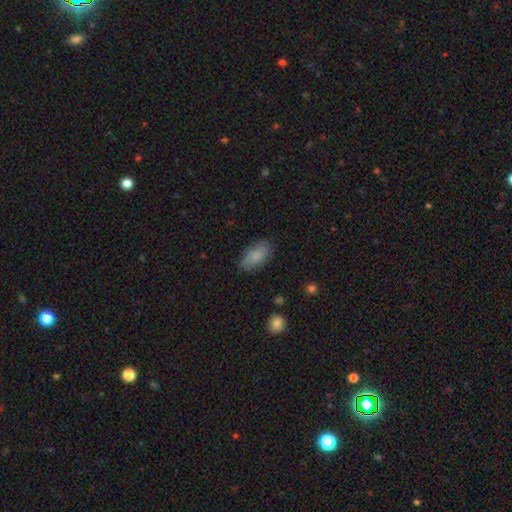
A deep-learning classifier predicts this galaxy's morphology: Smooth or featured: smooth — 83% (featured or disk — 10%)
How rounded: in between — 92% (cigar-shaped — 4%)
Merging: none — 77% (minor disturbance — 18%)